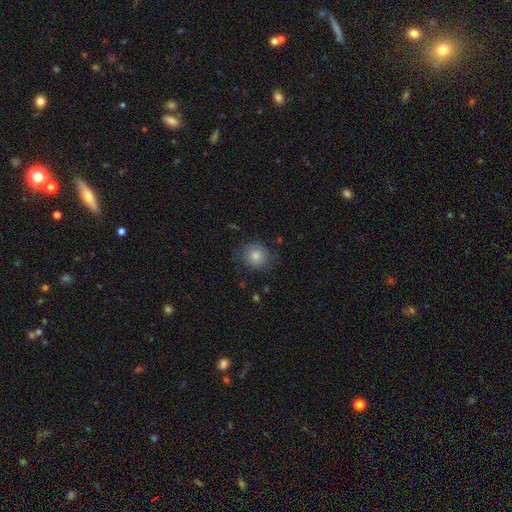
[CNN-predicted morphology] This appears to be a smooth galaxy with no disk features (71%) that is round (87%). Merging: none (75%).